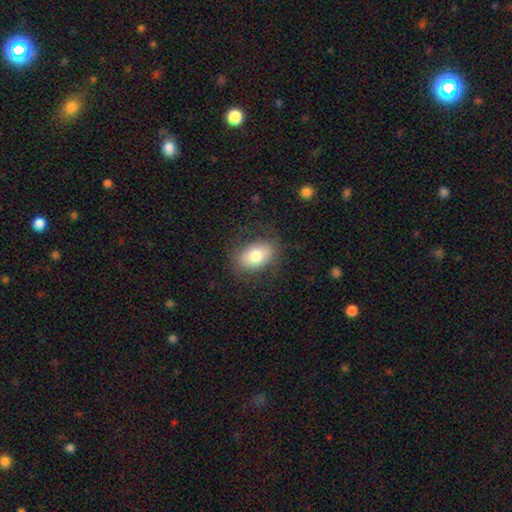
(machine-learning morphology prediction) smooth 75%, featured or disk 18%, star or artifact 8%. Down the decision tree: how rounded — in between (82%); merging — none (78%).